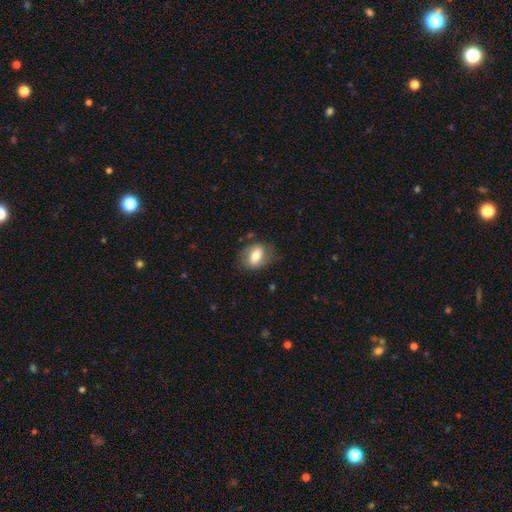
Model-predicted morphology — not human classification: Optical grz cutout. It shows a smooth galaxy with no disk features (70%) that is in between round and cigar-shaped (77%). Merging: none (70%).